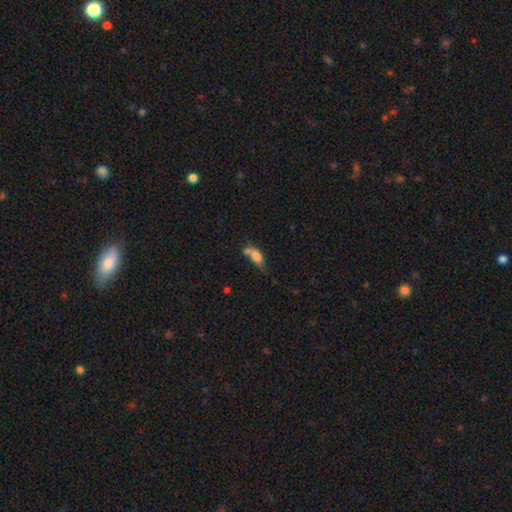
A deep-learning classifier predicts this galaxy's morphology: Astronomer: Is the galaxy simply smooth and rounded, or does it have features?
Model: smooth — 74%.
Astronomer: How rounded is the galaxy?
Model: in between — 77%.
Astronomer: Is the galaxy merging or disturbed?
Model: merger — 41% (runner-up: none, 27%).